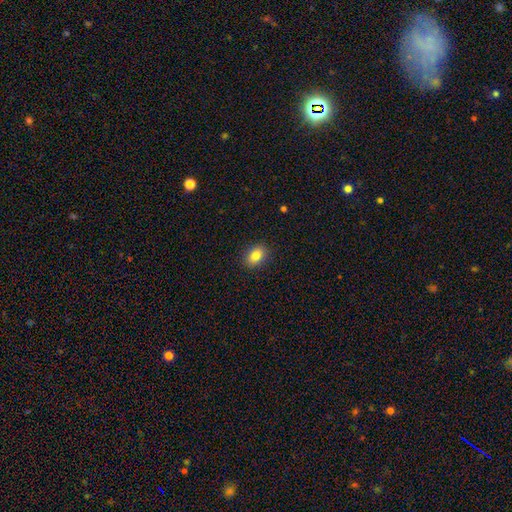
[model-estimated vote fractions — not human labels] Smooth or featured? smooth (83%)
How rounded? in between (76%)
Merging? none (90%)